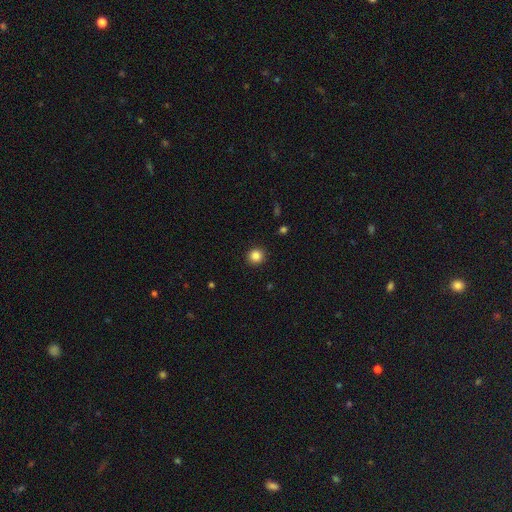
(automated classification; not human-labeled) smooth-or-featured: smooth: 86% | star or artifact: 11% | featured or disk: 4%
  how-rounded: round: 93% | in between: 6% | cigar-shaped: 1%
  merging: none: 92% | minor disturbance: 5% | major disturbance: 2% | merger: 1%